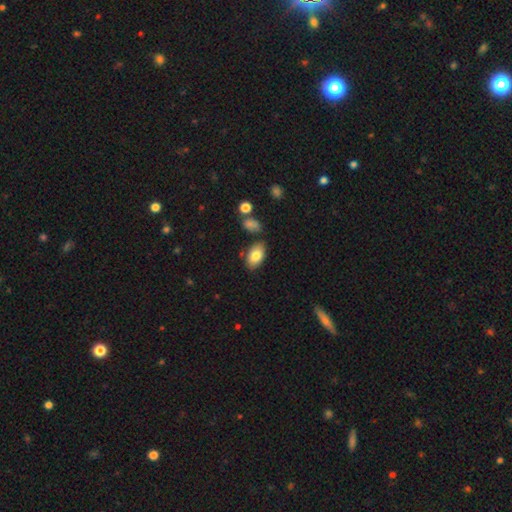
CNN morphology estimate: Smooth or featured? Predicted: smooth (p=0.82). How rounded? Predicted: in between (p=0.93). Merging? Predicted: none (p=0.78).